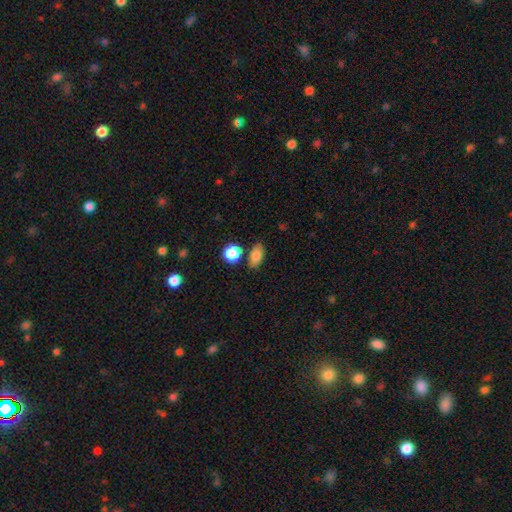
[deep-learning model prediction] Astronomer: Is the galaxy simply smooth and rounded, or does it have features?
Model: smooth — 83%.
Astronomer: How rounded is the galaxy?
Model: in between — 83%.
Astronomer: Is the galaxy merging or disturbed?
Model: none — 76%.